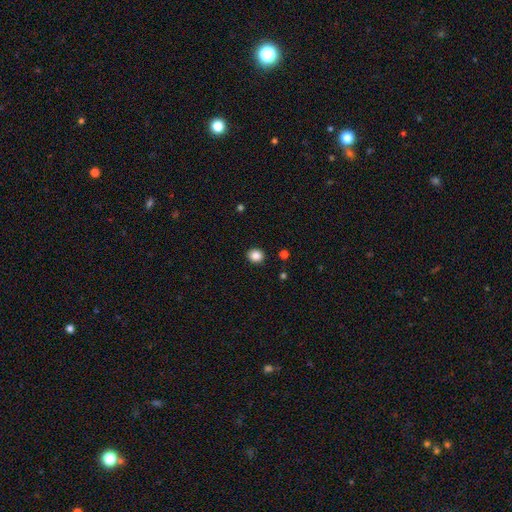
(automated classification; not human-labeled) A smooth galaxy with no disk features (86%) that is round (73%).

Vote fractions:
- Smooth or featured? smooth: 86% / star or artifact: 10% / featured or disk: 4%
- How rounded? round: 73% / in between: 26% / cigar-shaped: 1%
- Merging? none: 91% / minor disturbance: 6% / major disturbance: 2% / merger: 1%